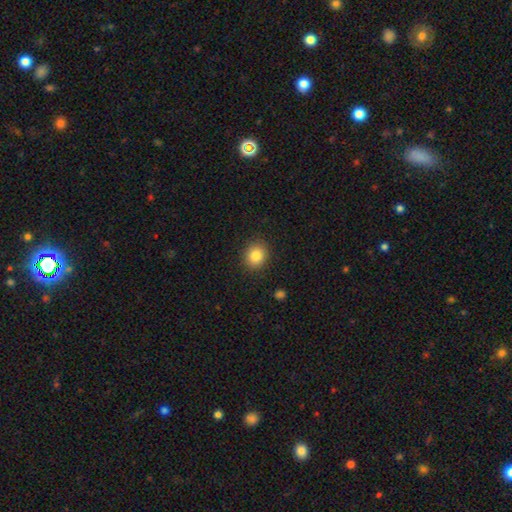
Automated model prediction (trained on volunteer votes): Overall: smooth (84%). How rounded: round (73%). Merging: none (89%).